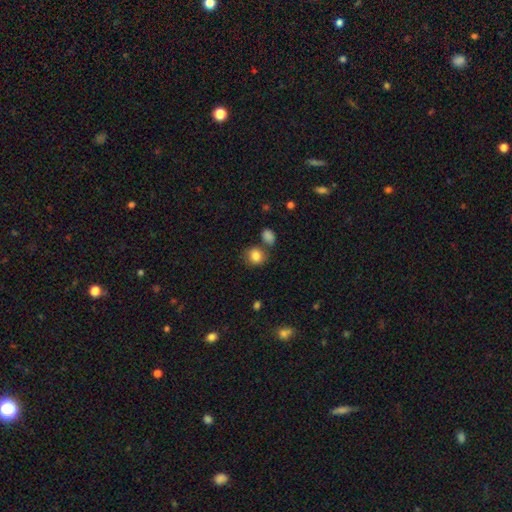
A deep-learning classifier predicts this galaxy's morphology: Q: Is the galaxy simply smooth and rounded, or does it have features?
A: smooth — 84%.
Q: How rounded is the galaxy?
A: round — 72%.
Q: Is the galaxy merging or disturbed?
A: none — 68%.